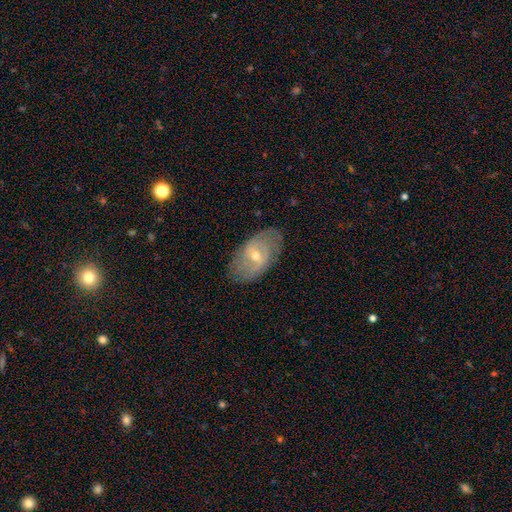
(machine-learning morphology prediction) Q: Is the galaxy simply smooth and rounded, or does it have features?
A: featured or disk — 71%.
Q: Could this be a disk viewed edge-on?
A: no — 92%.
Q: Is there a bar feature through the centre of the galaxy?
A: weak — 51%.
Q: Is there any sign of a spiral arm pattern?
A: yes — 74%.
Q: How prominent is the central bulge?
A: moderate — 51%.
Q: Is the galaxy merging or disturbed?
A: none — 76%.